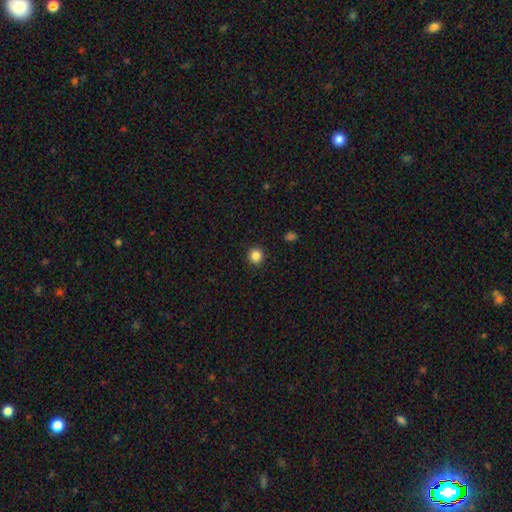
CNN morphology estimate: type=smooth (85%); roundness=round (93%); merging=none (92%).